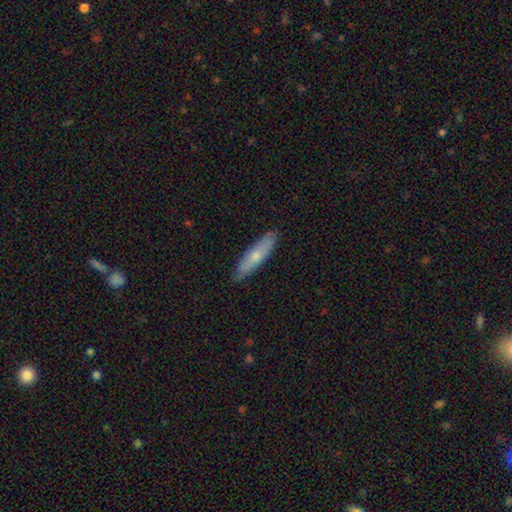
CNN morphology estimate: Smooth or featured? smooth (61%)
How rounded? cigar-shaped (76%)
Merging? none (86%)